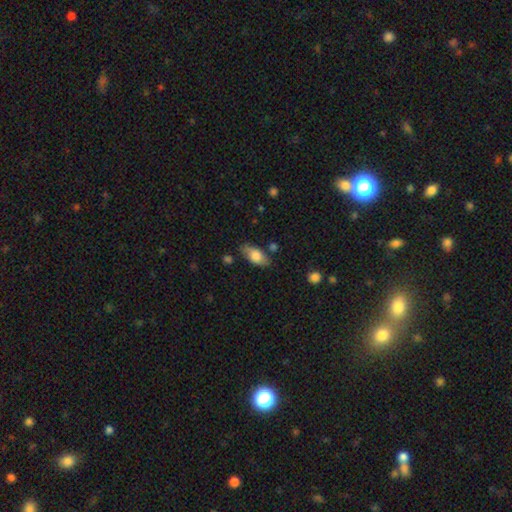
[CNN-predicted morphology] A smooth galaxy with no disk features (73%) that is in between round and cigar-shaped (87%).

Vote fractions:
- Smooth or featured? smooth: 73% / featured or disk: 20% / star or artifact: 7%
- How rounded? in between: 87% / cigar-shaped: 9% / round: 4%
- Merging? none: 73% / minor disturbance: 19% / major disturbance: 5% / merger: 4%